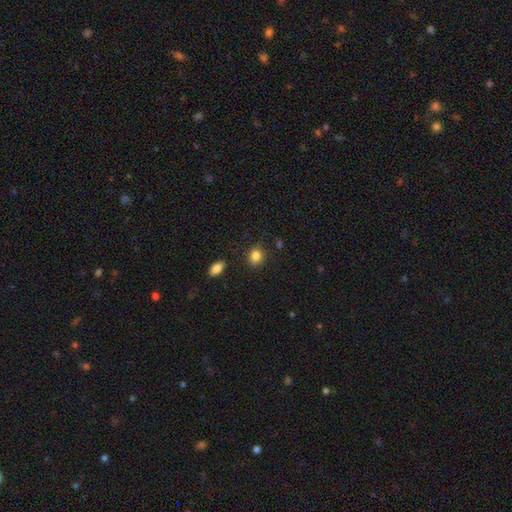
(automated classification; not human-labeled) This appears to be a smooth galaxy with no disk features (85%) that is round (65%). Merging: none (84%).